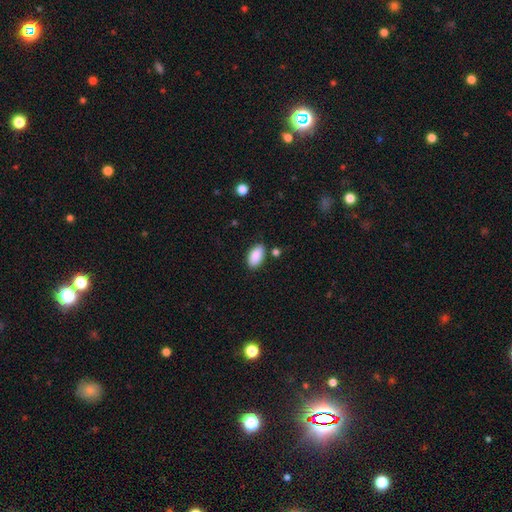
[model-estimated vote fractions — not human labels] smooth_or_featured: smooth (p=0.89) [alt: star or artifact p=0.07]
how_rounded: in between (p=0.94) [alt: round p=0.03]
merging: none (p=0.81) [alt: minor disturbance p=0.13]